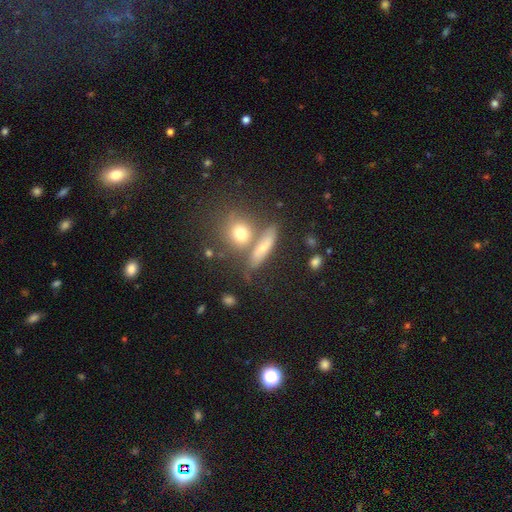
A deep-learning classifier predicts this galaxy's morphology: Smooth or featured? Predicted: smooth (p=0.65). How rounded? Predicted: cigar-shaped (p=0.42). Merging? Predicted: none (p=0.57).